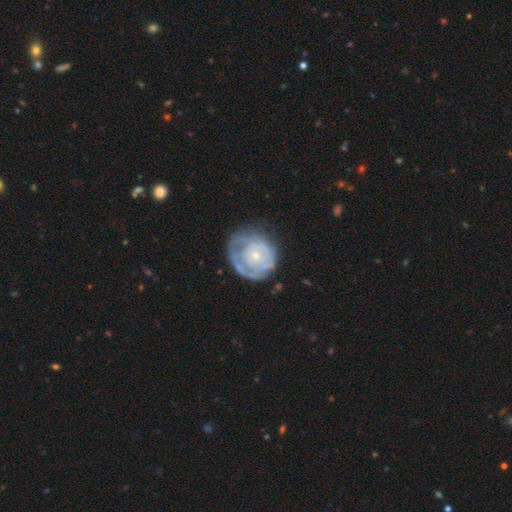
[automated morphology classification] Smooth or featured? Predicted: featured or disk (p=0.66). Edge-on disk? Predicted: no (p=0.97). Bar? Predicted: no (p=0.87). Spiral arms? Predicted: yes (p=0.57). Bulge size? Predicted: small (p=0.76). Merging? Predicted: none (p=0.54).